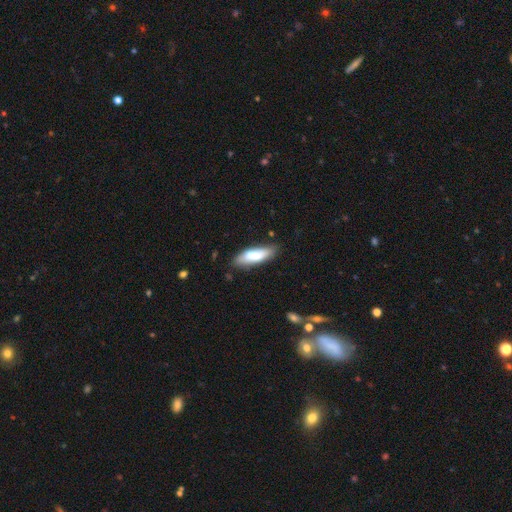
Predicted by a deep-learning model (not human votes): Smooth or featured: smooth — 76% (featured or disk — 18%)
How rounded: cigar-shaped — 51% (in between — 48%)
Merging: none — 77% (minor disturbance — 17%)